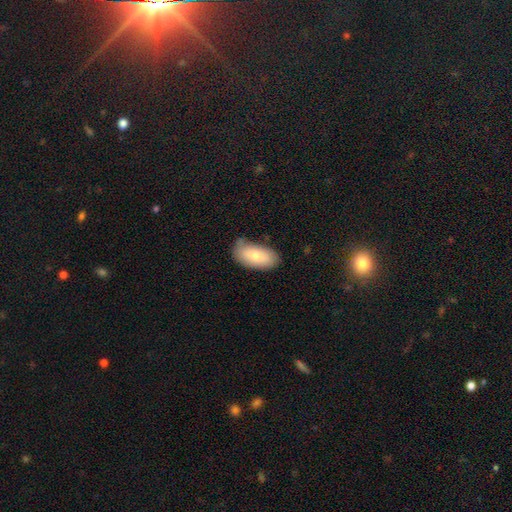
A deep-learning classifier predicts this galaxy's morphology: Smooth or featured: smooth — 80% (featured or disk — 14%)
How rounded: in between — 94% (cigar-shaped — 3%)
Merging: none — 67% (minor disturbance — 26%)